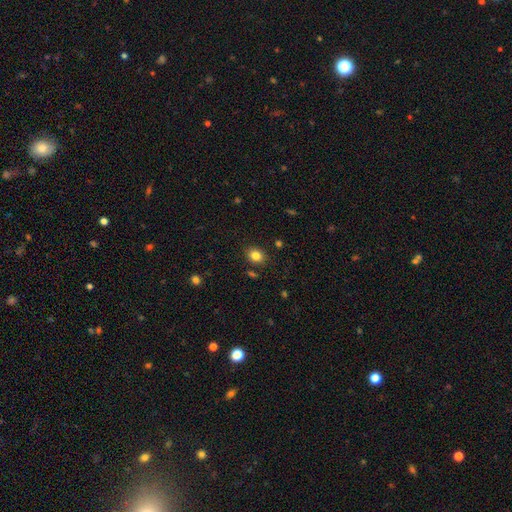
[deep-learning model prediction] Smooth or featured? Predicted: smooth (p=0.83). How rounded? Predicted: round (p=0.52). Merging? Predicted: none (p=0.86).